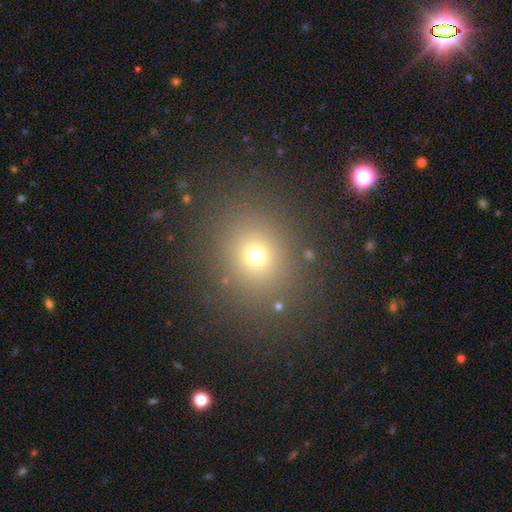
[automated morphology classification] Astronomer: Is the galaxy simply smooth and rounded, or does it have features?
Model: smooth — 68%.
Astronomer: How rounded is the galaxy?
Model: round — 70%.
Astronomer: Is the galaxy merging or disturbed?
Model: none — 86%.